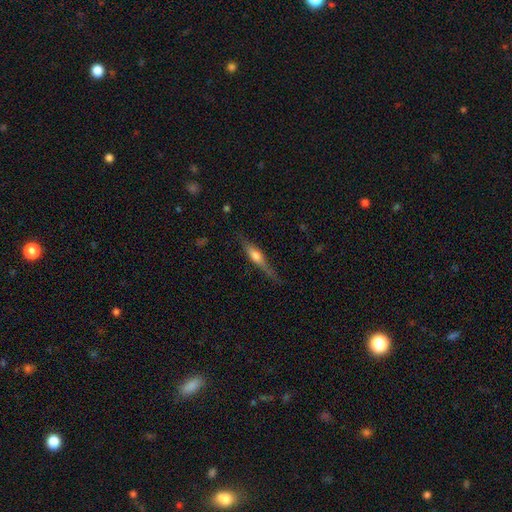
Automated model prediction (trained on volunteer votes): smooth_or_featured: featured or disk (p=0.59) [alt: smooth p=0.34]
disk_edge_on: yes (p=0.95) [alt: no p=0.05]
edge_on_bulge: rounded (p=0.80) [alt: boxy p=0.14]
merging: none (p=0.74) [alt: minor disturbance p=0.19]